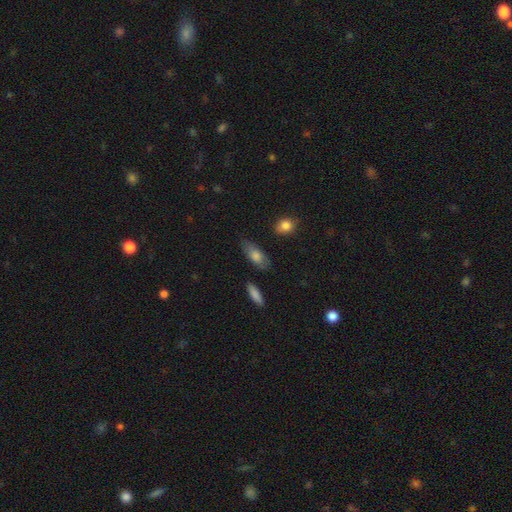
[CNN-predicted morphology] A smooth galaxy with no disk features (77%) that is in between round and cigar-shaped (78%). Merging: none (76%).